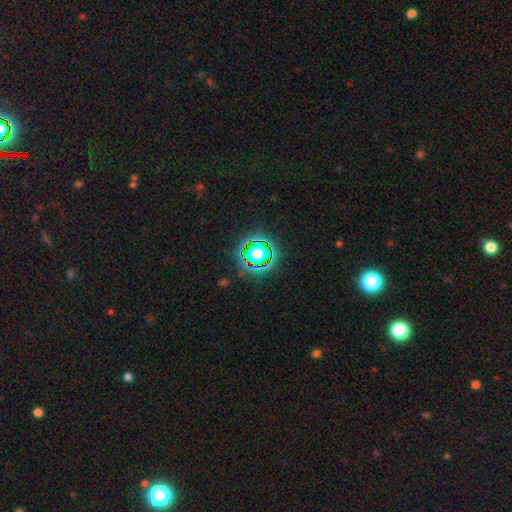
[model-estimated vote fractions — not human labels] A star or artifact, not a galaxy (56%).

Vote fractions:
- Smooth or featured? star or artifact: 56% / smooth: 32% / featured or disk: 13%